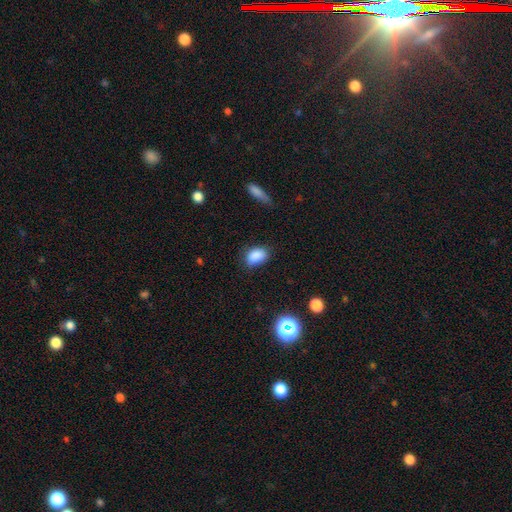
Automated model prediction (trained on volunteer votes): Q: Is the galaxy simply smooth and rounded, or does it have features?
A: smooth — 86%.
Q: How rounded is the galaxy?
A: in between — 85%.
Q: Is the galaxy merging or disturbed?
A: none — 72%.